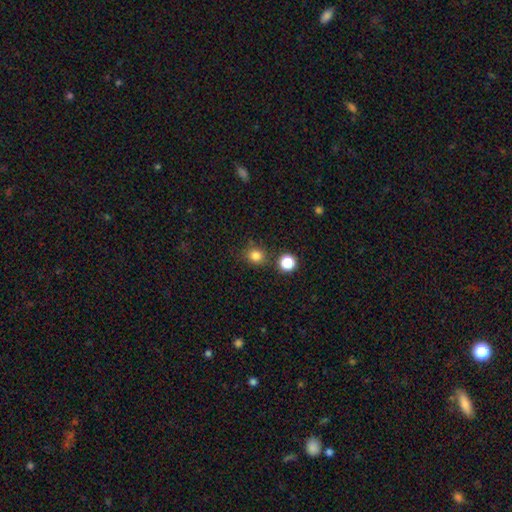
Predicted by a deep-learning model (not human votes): smooth 82%, star or artifact 14%, featured or disk 5%. Down the decision tree: how rounded — round (83%); merging — none (79%).